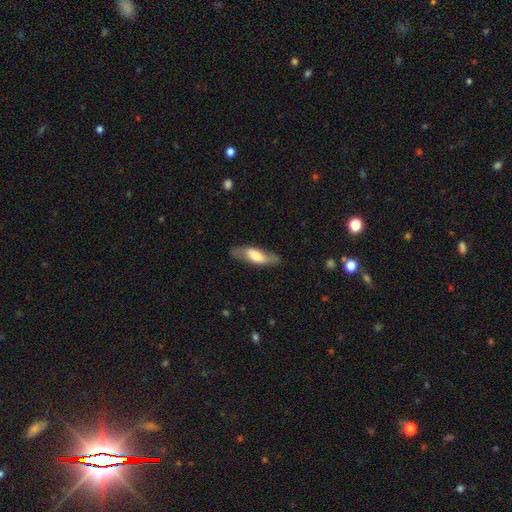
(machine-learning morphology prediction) smooth-or-featured: smooth: 56% | featured or disk: 38% | star or artifact: 6%
  how-rounded: in between: 58% | cigar-shaped: 40% | round: 3%
  merging: none: 74% | minor disturbance: 17% | major disturbance: 7% | merger: 2%